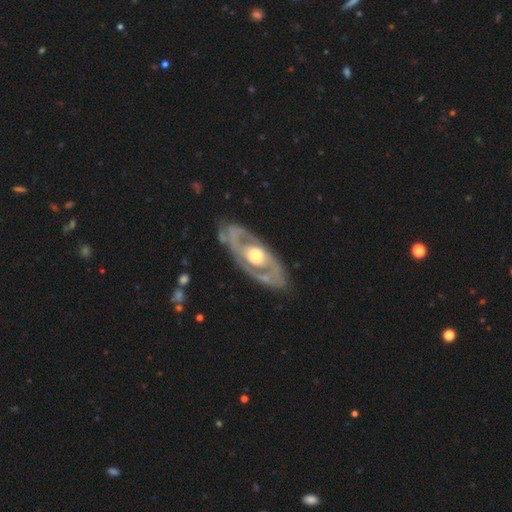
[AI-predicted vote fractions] smooth_or_featured: featured or disk (p=0.82) [alt: smooth p=0.14]
disk_edge_on: no (p=0.89) [alt: yes p=0.11]
bar: no (p=0.76) [alt: weak p=0.17]
has_spiral_arms: yes (p=0.66) [alt: no p=0.34]
bulge_size: moderate (p=0.61) [alt: large p=0.29]
merging: none (p=0.76) [alt: minor disturbance p=0.16]